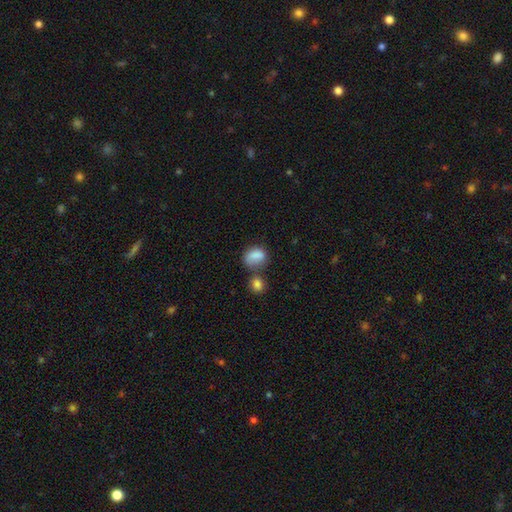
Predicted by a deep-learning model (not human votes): Smooth or featured? smooth (83%)
How rounded? in between (69%)
Merging? none (46%)